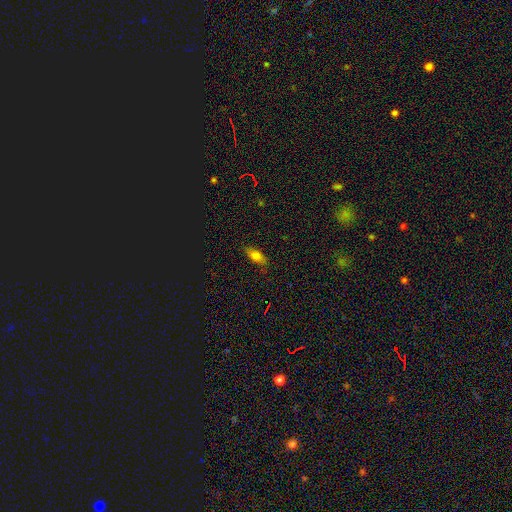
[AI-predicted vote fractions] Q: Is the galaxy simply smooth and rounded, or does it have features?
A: smooth — 74%.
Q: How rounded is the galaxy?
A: in between — 79%.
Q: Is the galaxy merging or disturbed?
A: none — 82%.